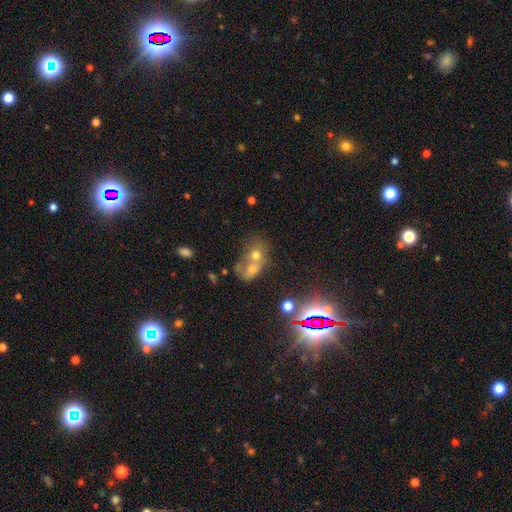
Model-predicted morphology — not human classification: smooth 39%, star or artifact 36%, featured or disk 25%. Down the decision tree: merging — merger (67%).